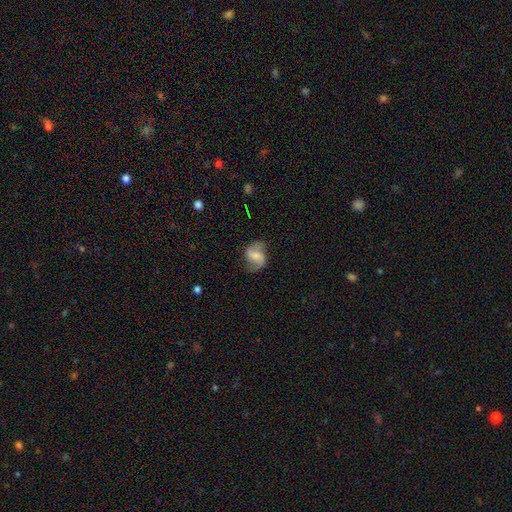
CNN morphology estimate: This is likely a featured or disk galaxy (66%). It is clearly not viewed edge-on (97%). Bar: possibly weak (46%). Spiral arm pattern: clearly yes (92%). Spiral arm count: clearly 2 (89%). Spiral winding: possibly loose (50%). Central bulge: marginally small (38%). Merging: likely none (69%).